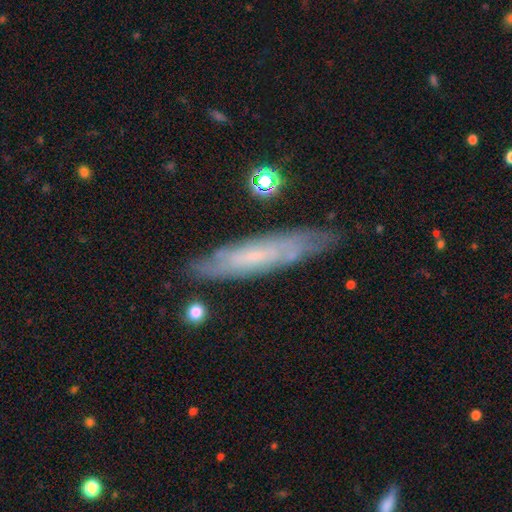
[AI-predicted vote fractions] smooth-or-featured: featured or disk: 61% | smooth: 31% | star or artifact: 8%
  disk-edge-on: yes: 52% | no: 48%
  merging: none: 81% | minor disturbance: 14% | major disturbance: 3% | merger: 2%